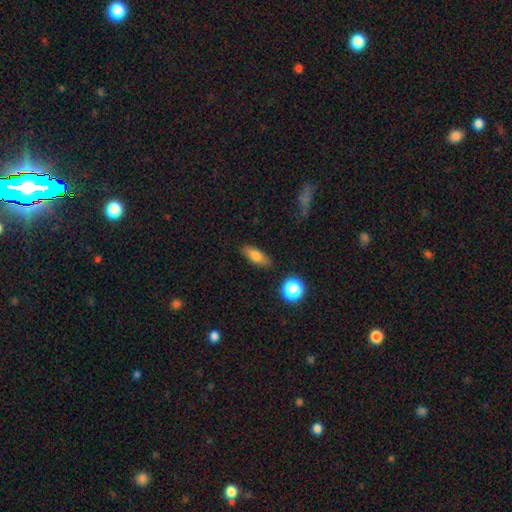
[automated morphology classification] type=smooth (74%); roundness=in between (70%); merging=none (86%).